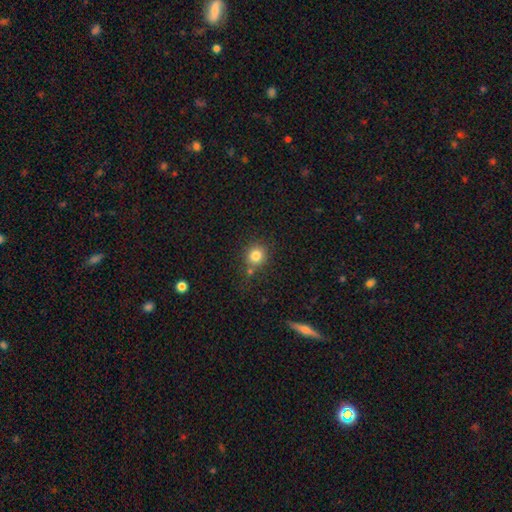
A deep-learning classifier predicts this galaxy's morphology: Smooth or featured? Predicted: smooth (p=0.82). How rounded? Predicted: round (p=0.88). Merging? Predicted: none (p=0.72).